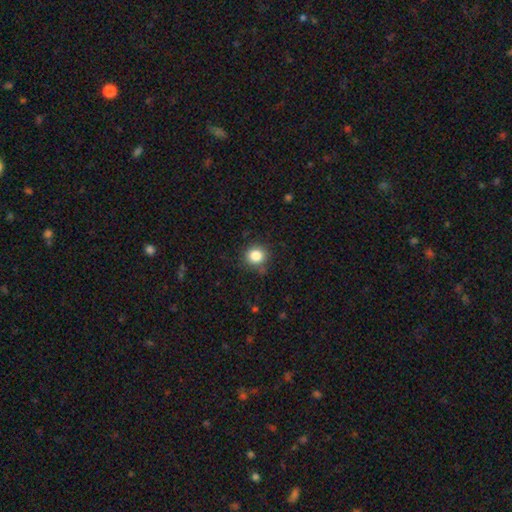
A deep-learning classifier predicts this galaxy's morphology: The model was most divided on "merging": none: 83%, minor disturbance: 12%, major disturbance: 3%, merger: 2%. More confident: how rounded — round (88%); smooth or featured — smooth (84%).